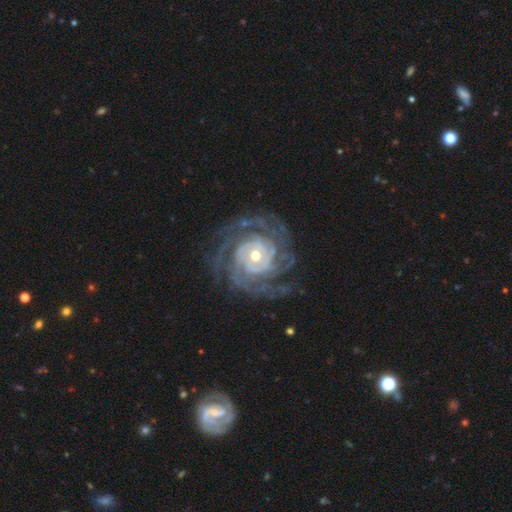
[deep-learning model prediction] Smooth or featured: featured or disk — 91% (star or artifact — 5%)
Edge-on disk: no — 97% (yes — 3%)
Bar: no — 69% (weak — 22%)
Spiral arms: yes — 98% (no — 2%)
Spiral winding: tight — 74% (medium — 21%)
Spiral arm count: can't tell — 22% (4 — 20%)
Bulge size: moderate — 52% (small — 43%)
Merging: none — 75% (minor disturbance — 14%)